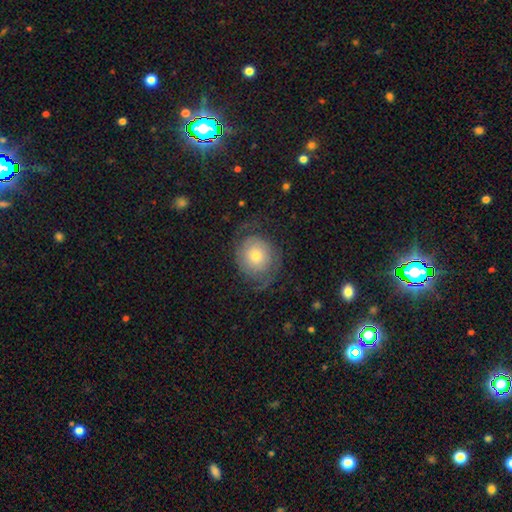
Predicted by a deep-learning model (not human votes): featured or disk 60%, smooth 32%, star or artifact 8%. Down the decision tree: edge-on disk — no (97%); bar — no (82%); spiral arms — yes (84%); bulge size — small (49%); merging — none (65%).